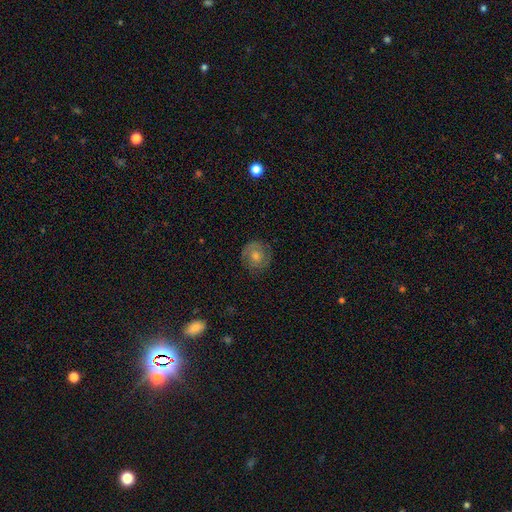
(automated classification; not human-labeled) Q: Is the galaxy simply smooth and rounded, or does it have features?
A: featured or disk — 52%.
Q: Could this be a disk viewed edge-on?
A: no — 96%.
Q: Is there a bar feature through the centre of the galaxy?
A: no — 78%.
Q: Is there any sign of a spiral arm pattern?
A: yes — 78%.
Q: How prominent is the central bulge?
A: moderate — 61%.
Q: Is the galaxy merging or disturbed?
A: none — 83%.